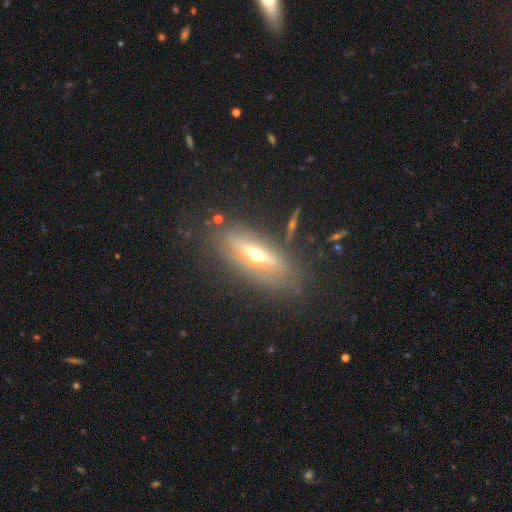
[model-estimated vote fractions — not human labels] Q: Smooth or featured?
A: featured or disk (62%); runner-up: smooth (30%)
Q: Edge-on disk?
A: yes (68%); runner-up: no (32%)
Q: Merging?
A: none (72%); runner-up: minor disturbance (16%)